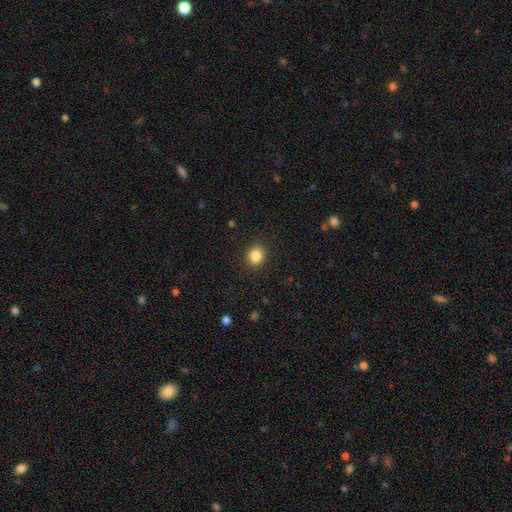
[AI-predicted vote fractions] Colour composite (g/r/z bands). It shows a smooth galaxy with no disk features (85%) that is round (75%). Merging: none (90%).